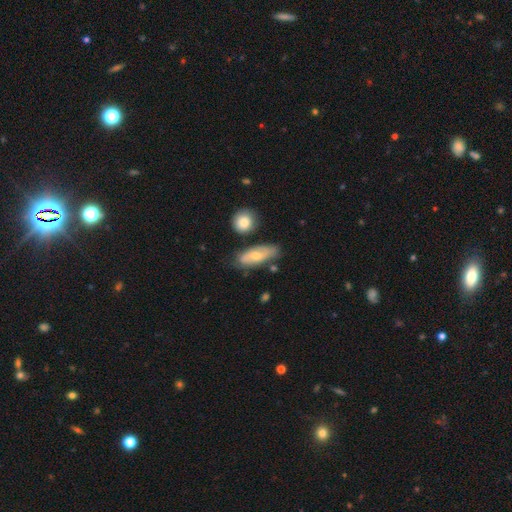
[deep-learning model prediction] smooth-or-featured: smooth: 52% | featured or disk: 42% | star or artifact: 6%
  how-rounded: in between: 74% | cigar-shaped: 21% | round: 5%
  merging: none: 67% | minor disturbance: 21% | merger: 7% | major disturbance: 5%